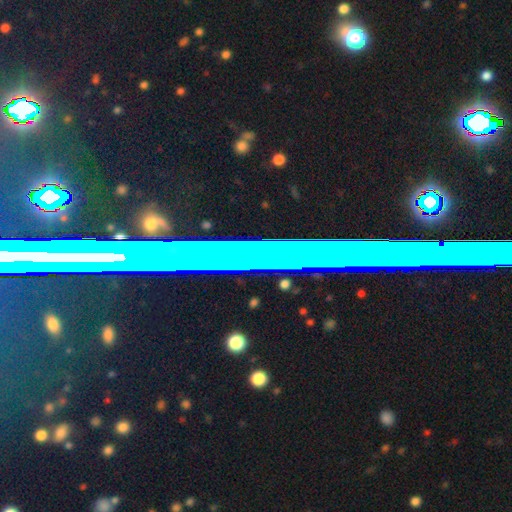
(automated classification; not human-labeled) Smooth or featured? star or artifact (60%)